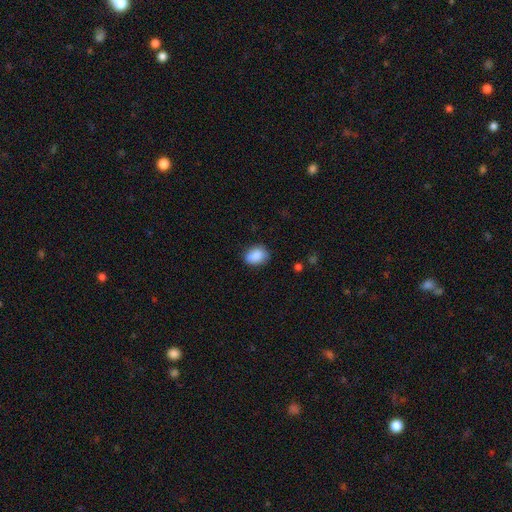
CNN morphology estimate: smooth_or_featured: smooth (p=0.88) [alt: star or artifact p=0.07]
how_rounded: in between (p=0.71) [alt: round p=0.28]
merging: none (p=0.81) [alt: minor disturbance p=0.15]